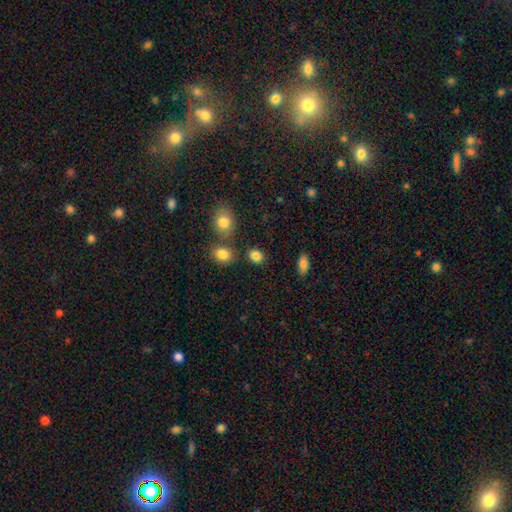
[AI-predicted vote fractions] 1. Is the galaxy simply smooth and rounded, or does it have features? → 84% smooth, 10% star or artifact, 5% featured or disk.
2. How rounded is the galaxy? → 52% in between, 46% round, 1% cigar-shaped.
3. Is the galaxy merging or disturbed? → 77% none, 11% minor disturbance, 9% merger, 4% major disturbance.